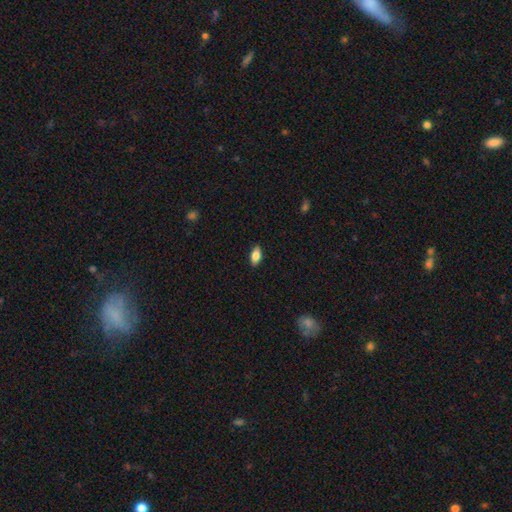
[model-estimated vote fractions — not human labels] Smooth or featured?
  - smooth: 82% *
  - featured or disk: 11%
  - star or artifact: 7%
How rounded?
  - in between: 89% *
  - cigar-shaped: 7%
  - round: 4%
Merging?
  - none: 87% *
  - minor disturbance: 10%
  - major disturbance: 2%
  - merger: 1%